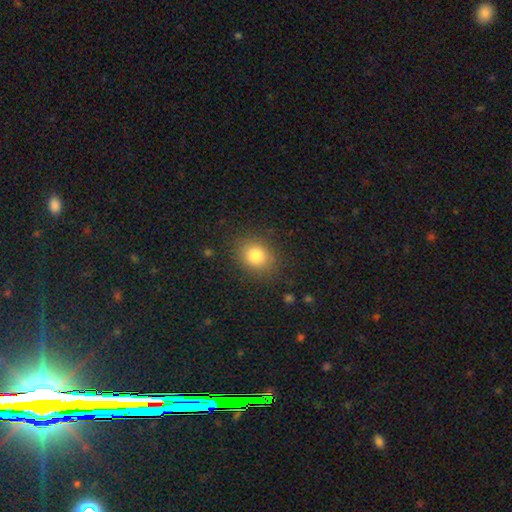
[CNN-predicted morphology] Smooth or featured: smooth — 81% (star or artifact — 12%)
How rounded: round — 61% (in between — 38%)
Merging: none — 85% (minor disturbance — 10%)